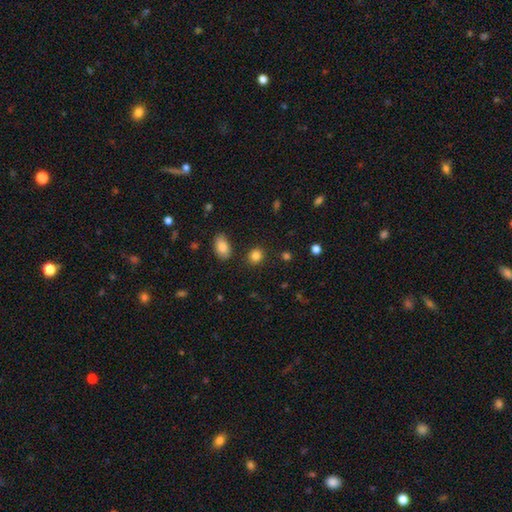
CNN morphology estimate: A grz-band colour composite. It shows a smooth galaxy with no disk features (85%) that is round (74%). Merging: none (86%).